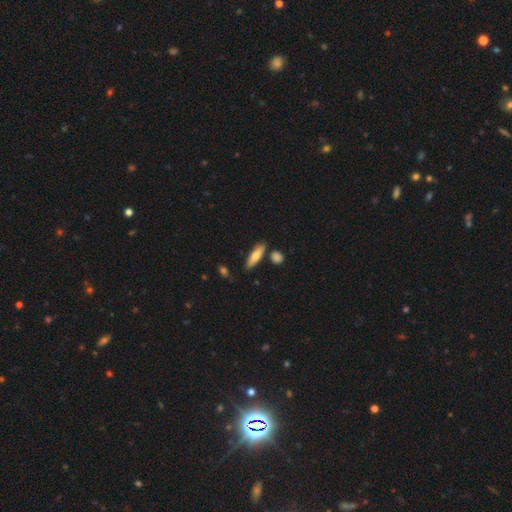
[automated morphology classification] The model was most divided on "how rounded": cigar-shaped: 59%, in between: 39%, round: 2%. More confident: merging — none (81%); smooth or featured — smooth (73%).